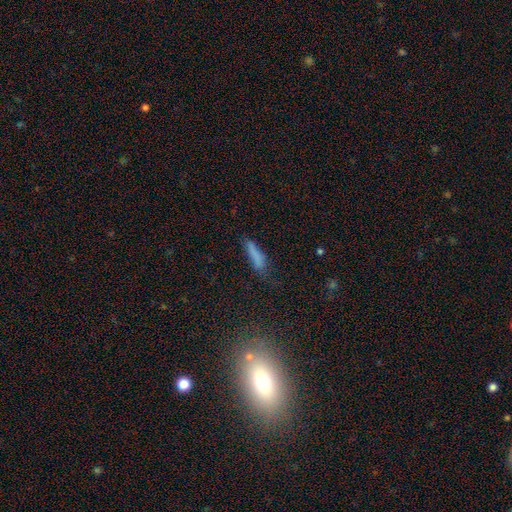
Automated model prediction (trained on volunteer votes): Overall: smooth (77%). How rounded: cigar-shaped (78%). Merging: none (61%; minor disturbance 25%).